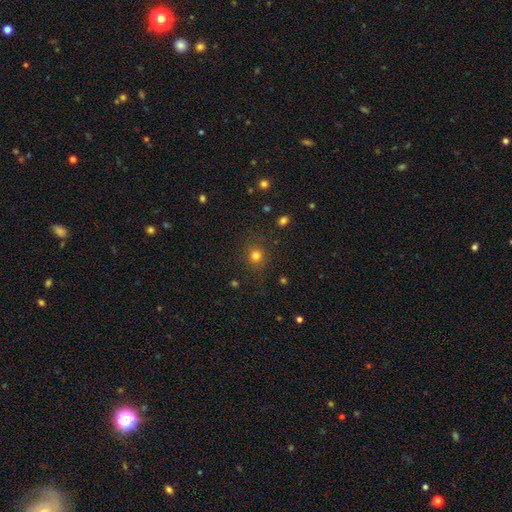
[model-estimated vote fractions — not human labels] This appears to be a smooth galaxy with no disk features (78%) that is round (88%). Merging: none (84%).